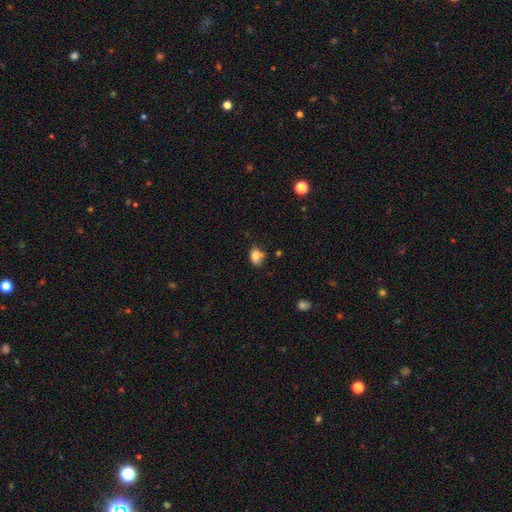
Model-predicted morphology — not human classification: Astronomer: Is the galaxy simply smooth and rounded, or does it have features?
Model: smooth — 77%.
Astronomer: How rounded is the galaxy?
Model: in between — 65%.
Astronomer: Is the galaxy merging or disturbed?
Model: none — 48% (runner-up: minor disturbance, 26%).